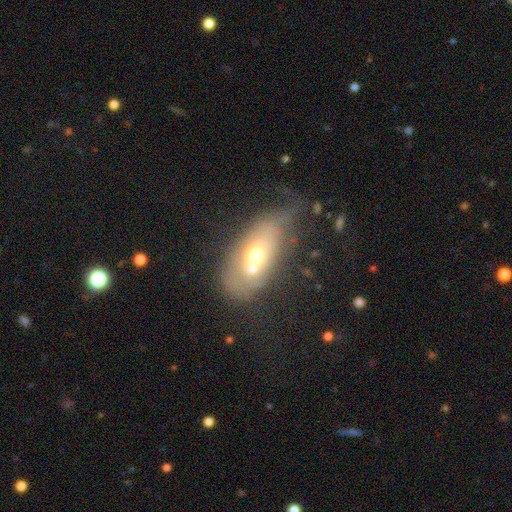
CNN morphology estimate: smooth-or-featured: featured or disk: 46% | smooth: 45% | star or artifact: 9%
  merging: merger: 33% | none: 27% | minor disturbance: 21% | major disturbance: 19%